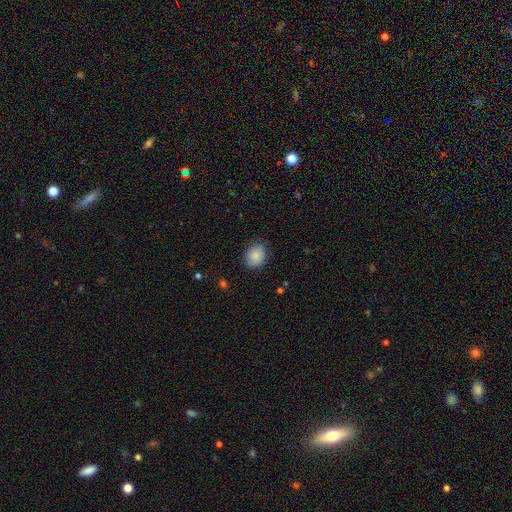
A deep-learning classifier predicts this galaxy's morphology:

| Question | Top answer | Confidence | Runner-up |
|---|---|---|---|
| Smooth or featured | smooth | 87% | star or artifact (8%) |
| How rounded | round | 53% | in between (46%) |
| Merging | none | 80% | minor disturbance (16%) |